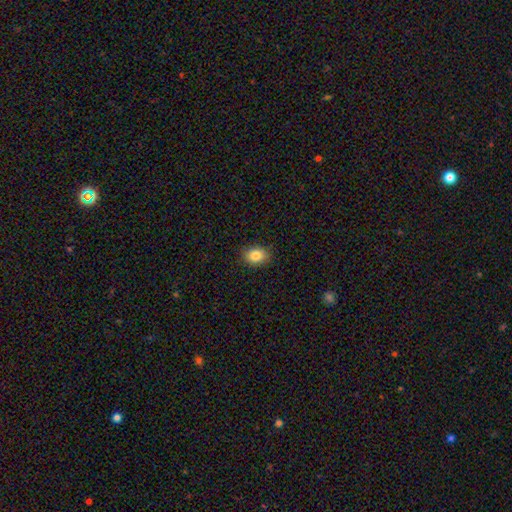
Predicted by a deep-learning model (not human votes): smooth 84%, star or artifact 9%, featured or disk 7%. Down the decision tree: how rounded — in between (65%); merging — none (88%).